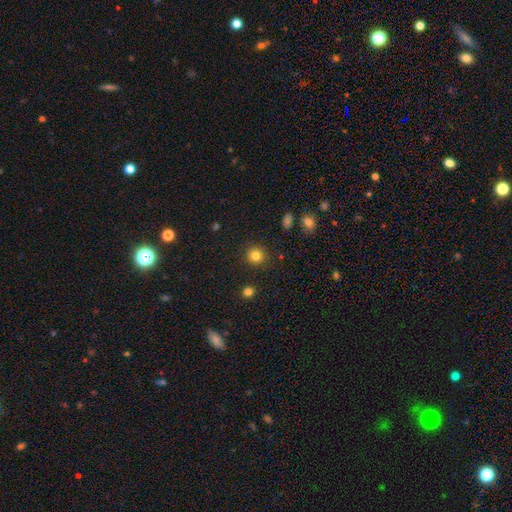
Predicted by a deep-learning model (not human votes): The model was most divided on "smooth or featured": smooth: 83%, star or artifact: 12%, featured or disk: 5%. More confident: how rounded — round (92%); merging — none (90%).